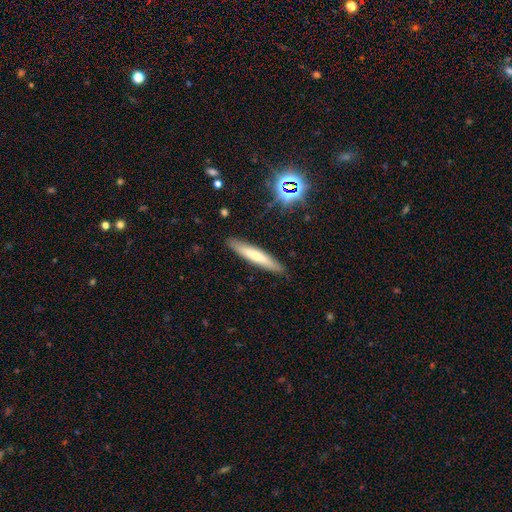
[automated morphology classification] A smooth galaxy with no disk features (58%) that is cigar-shaped (91%). Merging: none (89%).